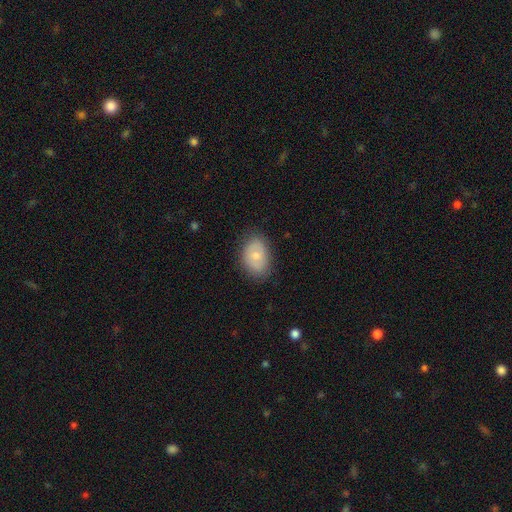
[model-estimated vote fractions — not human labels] Smooth or featured?
  - smooth: 67% *
  - featured or disk: 26%
  - star or artifact: 7%
How rounded?
  - in between: 81% *
  - round: 18%
  - cigar-shaped: 1%
Merging?
  - none: 79% *
  - minor disturbance: 16%
  - major disturbance: 4%
  - merger: 1%